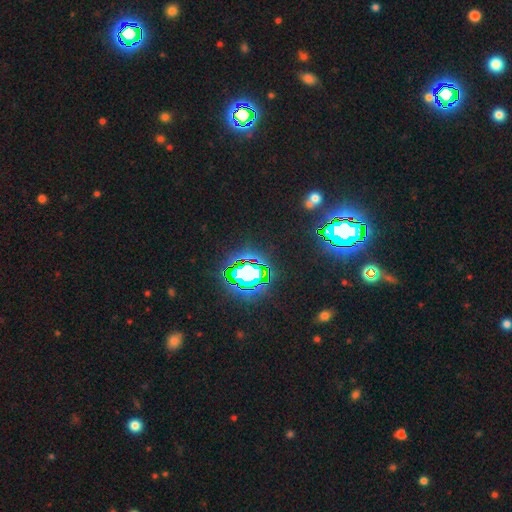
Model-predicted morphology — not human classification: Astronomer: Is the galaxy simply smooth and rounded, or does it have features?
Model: star or artifact — 84%.